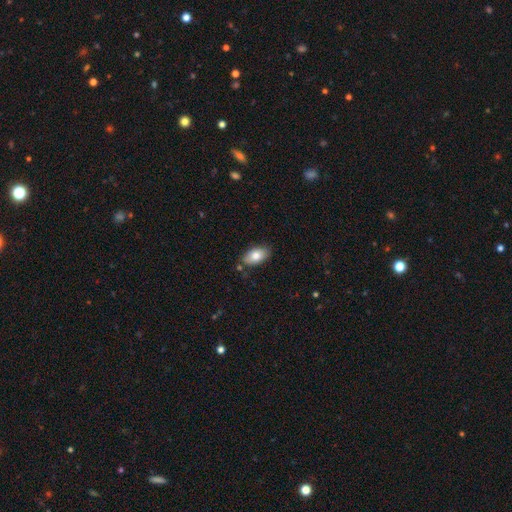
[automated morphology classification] type=smooth (80%); roundness=in between (93%); merging=none (80%).